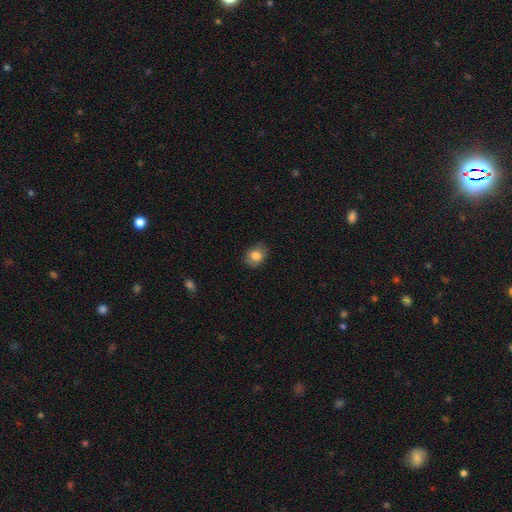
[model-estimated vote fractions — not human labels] A smooth galaxy with no disk features (80%) that is in between round and cigar-shaped (57%).

Vote fractions:
- Smooth or featured? smooth: 80% / featured or disk: 11% / star or artifact: 9%
- How rounded? in between: 57% / round: 42% / cigar-shaped: 1%
- Merging? none: 80% / minor disturbance: 15% / major disturbance: 4% / merger: 1%